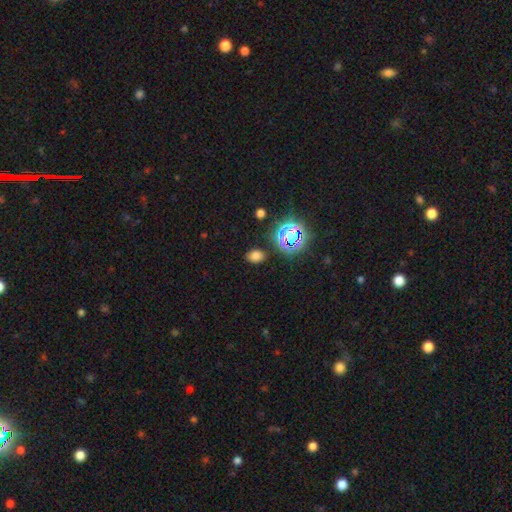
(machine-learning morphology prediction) A smooth galaxy with no disk features (68%) that is in between round and cigar-shaped (71%). Merging: none (85%).